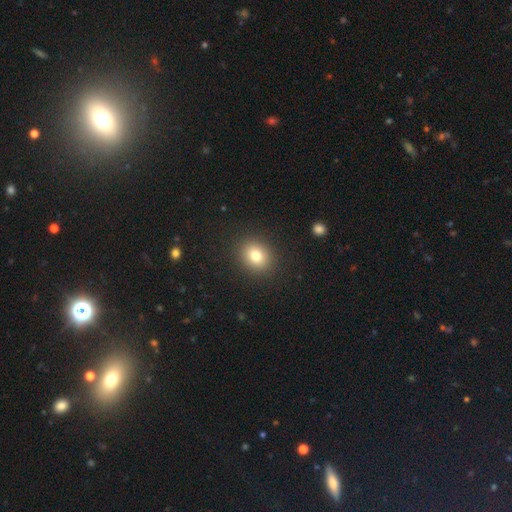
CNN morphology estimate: Q: Smooth or featured?
A: smooth (79%); runner-up: star or artifact (12%)
Q: How rounded?
A: round (65%); runner-up: in between (34%)
Q: Merging?
A: none (90%); runner-up: minor disturbance (7%)